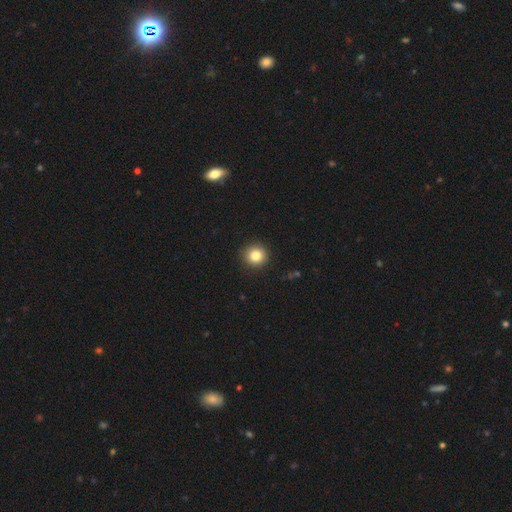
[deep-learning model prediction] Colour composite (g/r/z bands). It shows a smooth galaxy with no disk features (83%) that is round (93%). Merging: none (91%).